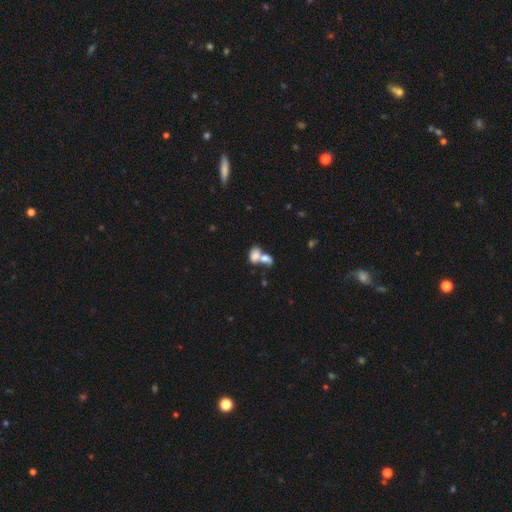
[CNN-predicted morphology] type=smooth (73%); roundness=in between (85%); merging=merger (72%).